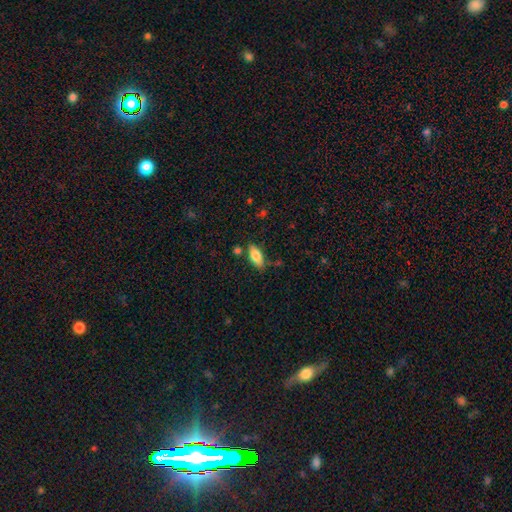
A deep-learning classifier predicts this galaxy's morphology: Smooth or featured?
  - smooth: 80% *
  - featured or disk: 13%
  - star or artifact: 7%
How rounded?
  - in between: 87% *
  - cigar-shaped: 11%
  - round: 2%
Merging?
  - none: 75% *
  - minor disturbance: 16%
  - merger: 6%
  - major disturbance: 3%